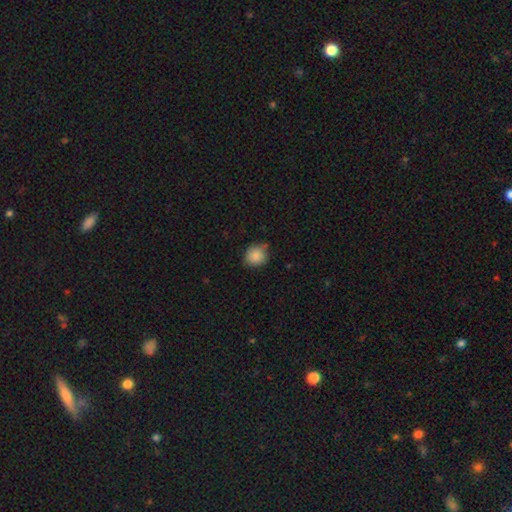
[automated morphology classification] type=smooth (87%); roundness=round (82%); merging=none (72%).